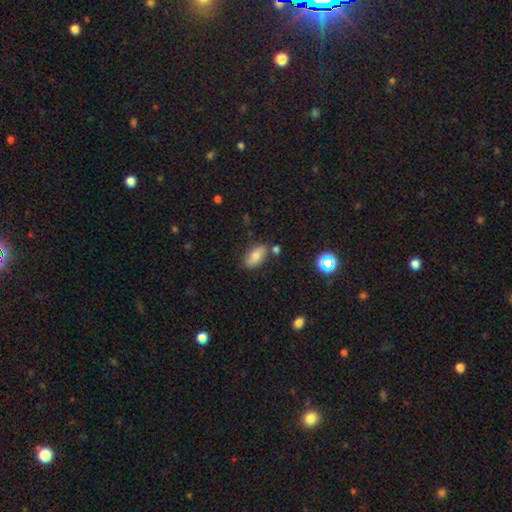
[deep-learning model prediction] Q: Smooth or featured?
A: smooth (75%); runner-up: featured or disk (14%)
Q: How rounded?
A: in between (89%); runner-up: round (6%)
Q: Merging?
A: none (77%); runner-up: minor disturbance (13%)